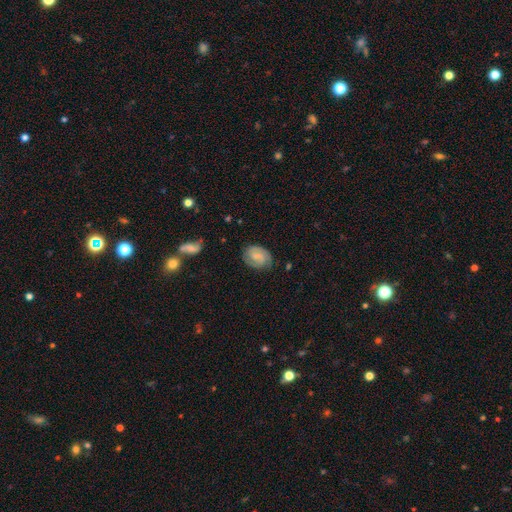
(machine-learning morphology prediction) This appears to be a smooth galaxy with no disk features (49%). Merging: none (74%).